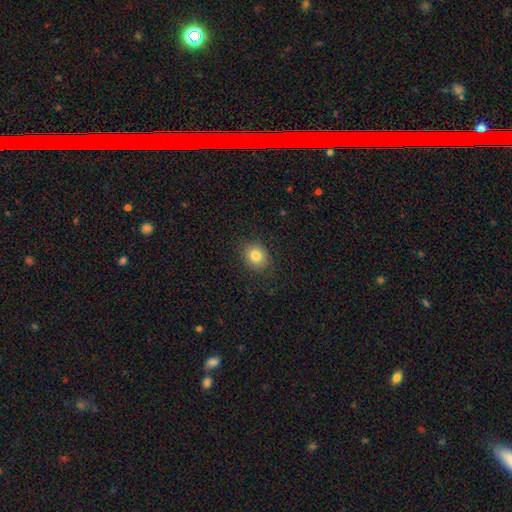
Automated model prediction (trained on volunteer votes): The model was most divided on "how rounded": round: 69%, in between: 30%, cigar-shaped: 1%. More confident: merging — none (86%); smooth or featured — smooth (82%).